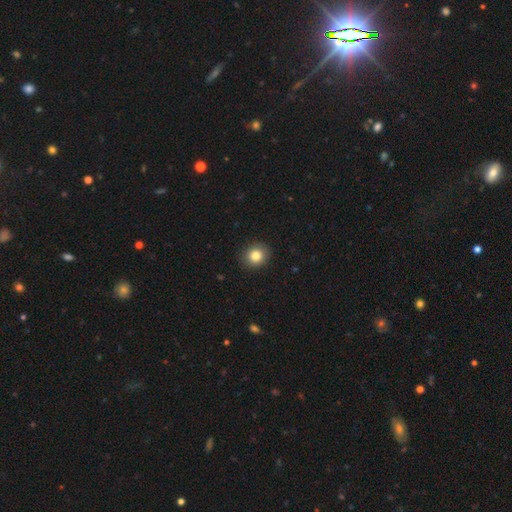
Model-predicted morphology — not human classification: Smooth or featured? Predicted: smooth (p=0.84). How rounded? Predicted: round (p=0.81). Merging? Predicted: none (p=0.90).